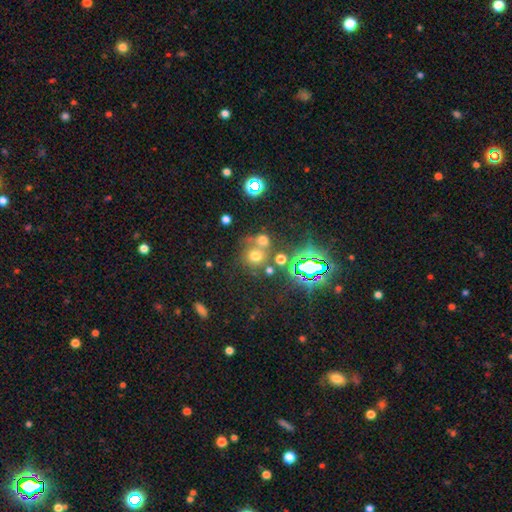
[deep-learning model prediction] Q: Smooth or featured?
A: smooth (58%); runner-up: star or artifact (30%)
Q: How rounded?
A: round (84%); runner-up: in between (14%)
Q: Merging?
A: none (50%); runner-up: merger (35%)